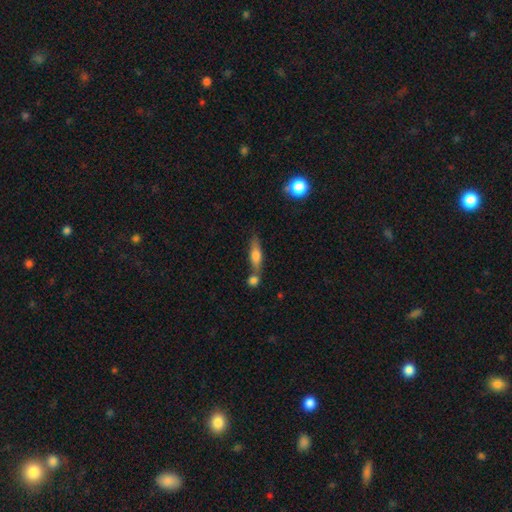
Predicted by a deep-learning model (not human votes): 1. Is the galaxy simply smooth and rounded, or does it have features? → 62% smooth, 31% featured or disk, 7% star or artifact.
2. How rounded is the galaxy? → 58% cigar-shaped, 38% in between, 4% round.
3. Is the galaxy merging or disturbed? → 51% none, 32% merger, 12% minor disturbance, 4% major disturbance.